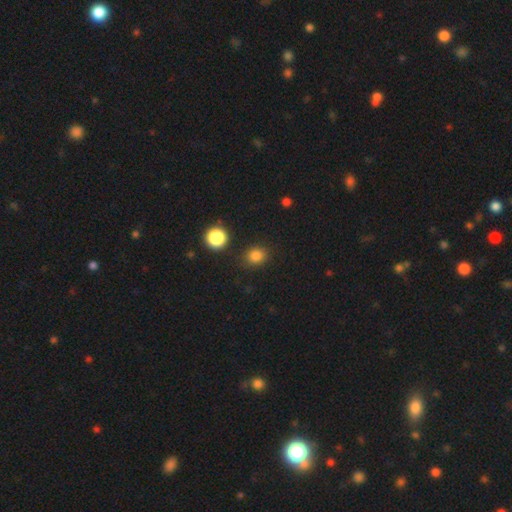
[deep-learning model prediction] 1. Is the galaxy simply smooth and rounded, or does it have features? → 82% smooth, 14% star or artifact, 4% featured or disk.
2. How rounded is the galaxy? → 65% round, 34% in between, 1% cigar-shaped.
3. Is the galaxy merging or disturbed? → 84% none, 10% minor disturbance, 3% major disturbance, 3% merger.